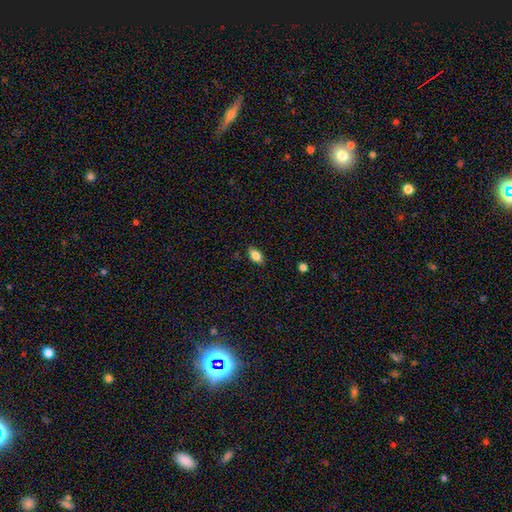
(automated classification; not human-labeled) Smooth or featured? smooth (82%)
How rounded? in between (88%)
Merging? none (86%)